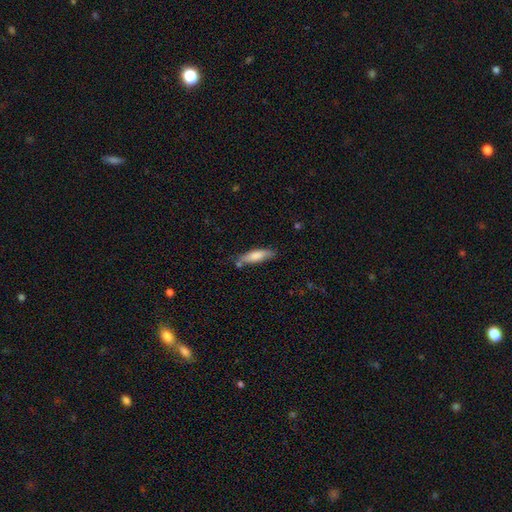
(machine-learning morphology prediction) smooth-or-featured: smooth: 74% | featured or disk: 20% | star or artifact: 6%
  how-rounded: cigar-shaped: 62% | in between: 36% | round: 2%
  merging: none: 66% | minor disturbance: 22% | merger: 8% | major disturbance: 5%